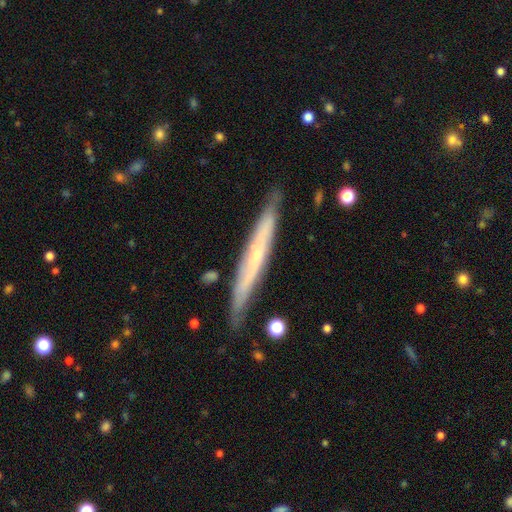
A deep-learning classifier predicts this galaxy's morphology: Q: Smooth or featured?
A: featured or disk (62%); runner-up: smooth (32%)
Q: Edge-on disk?
A: yes (87%); runner-up: no (13%)
Q: Edge-on bulge?
A: none (53%); runner-up: rounded (43%)
Q: Merging?
A: none (82%); runner-up: minor disturbance (14%)